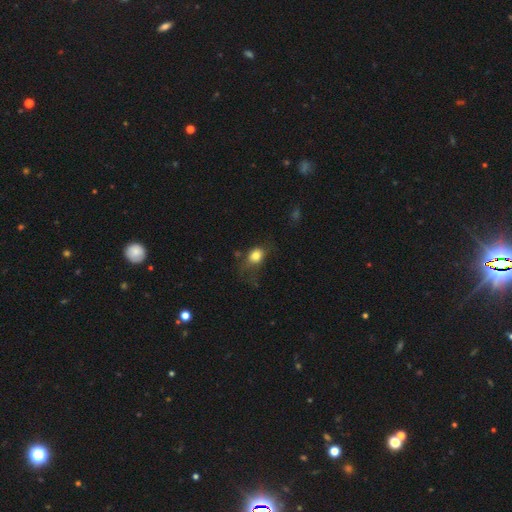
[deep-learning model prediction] smooth 80%, featured or disk 10%, star or artifact 10%. Down the decision tree: how rounded — in between (53%); merging — none (45%).